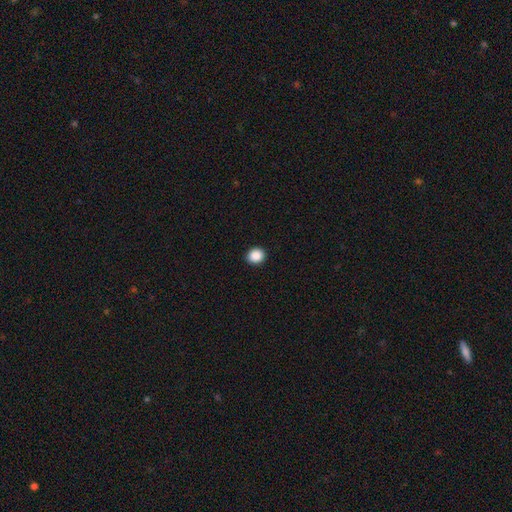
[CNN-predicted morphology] A smooth galaxy with no disk features (89%) that is round (76%).

Vote fractions:
- Smooth or featured? smooth: 89% / star or artifact: 9% / featured or disk: 2%
- How rounded? round: 76% / in between: 23% / cigar-shaped: 1%
- Merging? none: 92% / minor disturbance: 5% / major disturbance: 2% / merger: 1%